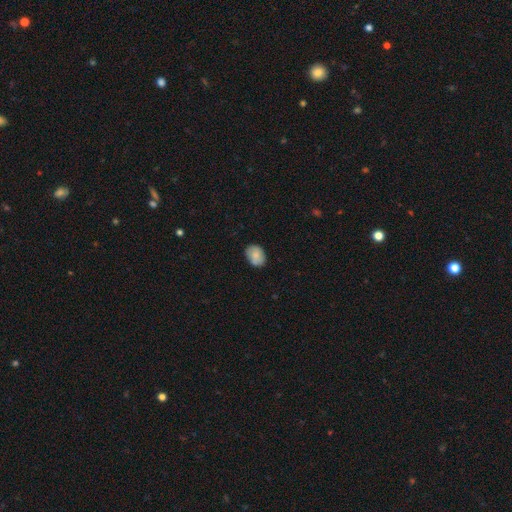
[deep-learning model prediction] A smooth galaxy with no disk features (80%) that is in between round and cigar-shaped (71%).

Vote fractions:
- Smooth or featured? smooth: 80% / featured or disk: 13% / star or artifact: 7%
- How rounded? in between: 71% / round: 28% / cigar-shaped: 1%
- Merging? none: 77% / minor disturbance: 17% / major disturbance: 3% / merger: 3%